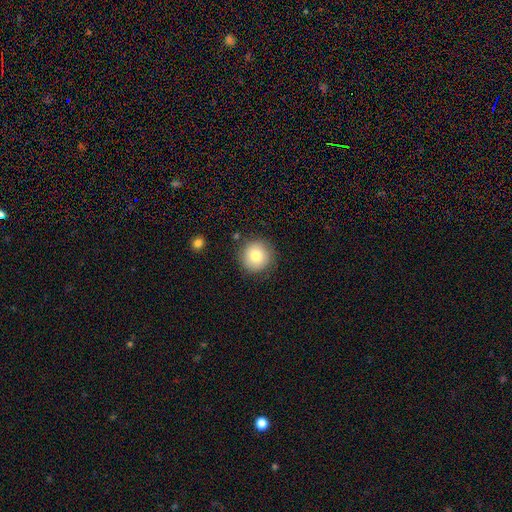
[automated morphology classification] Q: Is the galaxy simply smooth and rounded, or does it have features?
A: smooth — 78%.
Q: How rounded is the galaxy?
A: round — 95%.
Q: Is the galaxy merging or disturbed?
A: none — 85%.